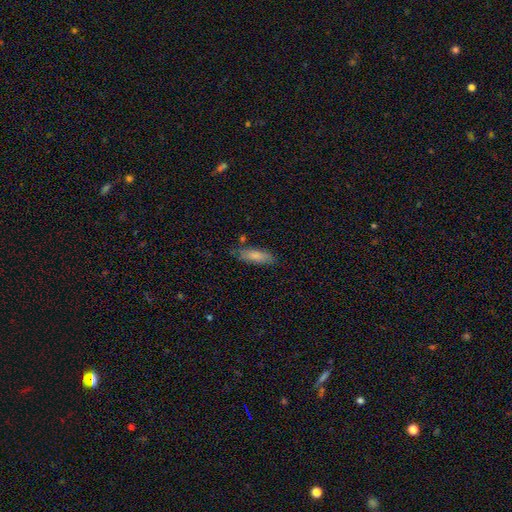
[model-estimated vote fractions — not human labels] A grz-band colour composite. It shows a smooth galaxy with no disk features (79%) that is in between round and cigar-shaped (54%). Merging: none (74%).